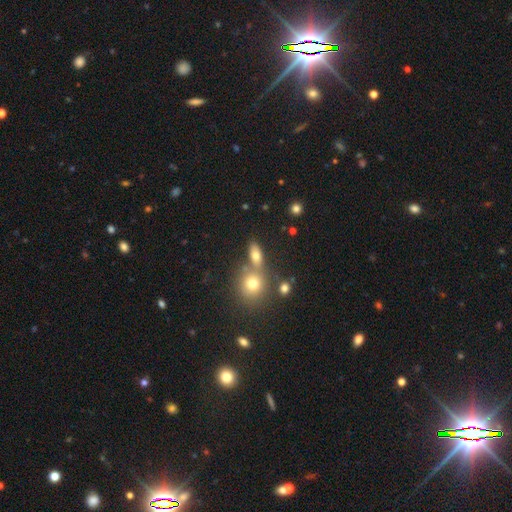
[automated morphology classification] Q: Smooth or featured?
A: smooth (74%); runner-up: star or artifact (13%)
Q: How rounded?
A: in between (71%); runner-up: round (19%)
Q: Merging?
A: none (60%); runner-up: merger (25%)